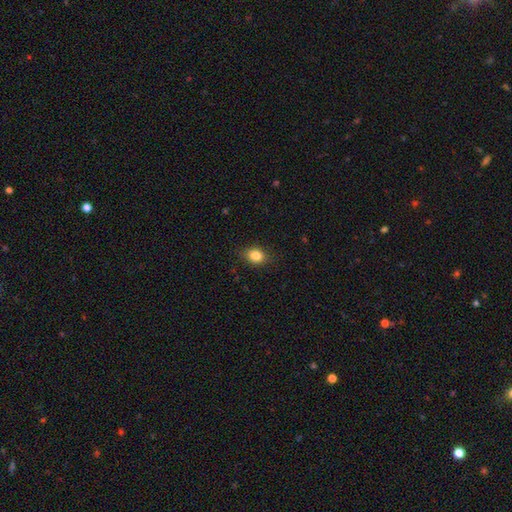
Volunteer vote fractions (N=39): Smooth or featured?
  - smooth: 87% *
  - star or artifact: 8%
  - featured or disk: 5%
How rounded?
  - round: 76% *
  - in between: 24%
  - cigar-shaped: 0%
Merging?
  - none: 94% *
  - minor disturbance: 3%
  - major disturbance: 3%
  - merger: 0%